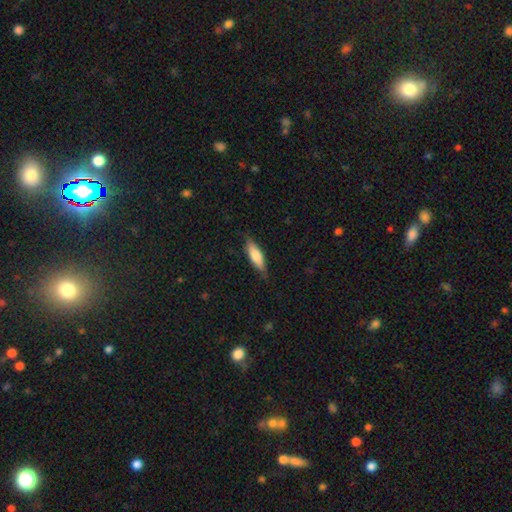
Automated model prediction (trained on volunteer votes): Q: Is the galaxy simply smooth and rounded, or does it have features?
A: smooth — 74%.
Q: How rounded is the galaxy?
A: cigar-shaped — 50%.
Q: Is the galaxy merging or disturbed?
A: none — 78%.